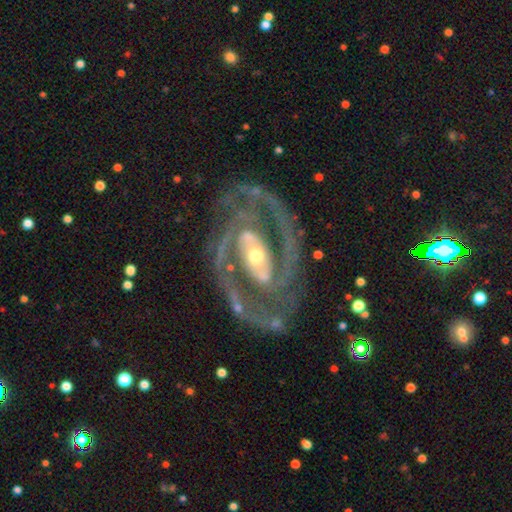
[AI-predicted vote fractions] Overall: featured or disk (92%). Edge-on disk: no (97%). Bar: strong (36%; no 35%). Spiral arms: yes (97%). Spiral arm count: 2 (87%). Spiral winding: medium (48%; tight 43%). Bulge size: moderate (48%; small 44%). Merging: none (75%).